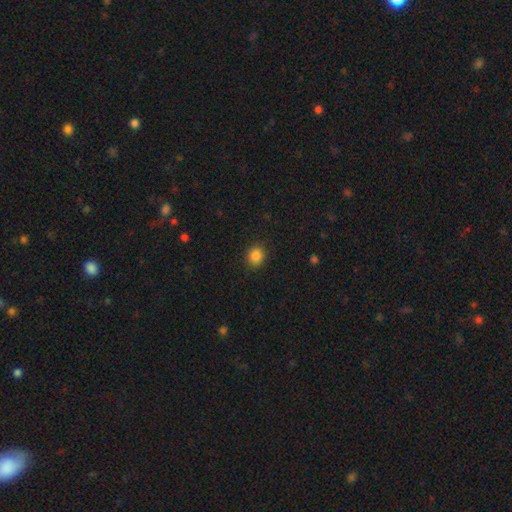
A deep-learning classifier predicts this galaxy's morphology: Smooth or featured? smooth (85%)
How rounded? round (78%)
Merging? none (89%)